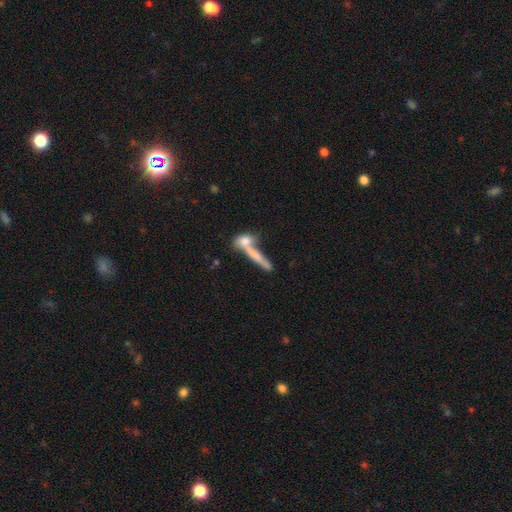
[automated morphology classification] Q: Smooth or featured?
A: smooth (62%); runner-up: featured or disk (29%)
Q: How rounded?
A: cigar-shaped (80%); runner-up: in between (15%)
Q: Merging?
A: merger (46%); runner-up: none (38%)